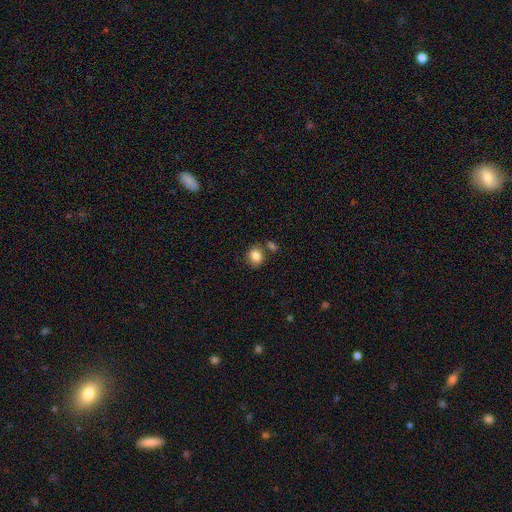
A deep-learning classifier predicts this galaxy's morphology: smooth-or-featured: smooth: 85% | star or artifact: 9% | featured or disk: 6%
  how-rounded: round: 62% | in between: 37% | cigar-shaped: 1%
  merging: none: 67% | merger: 15% | minor disturbance: 14% | major disturbance: 4%